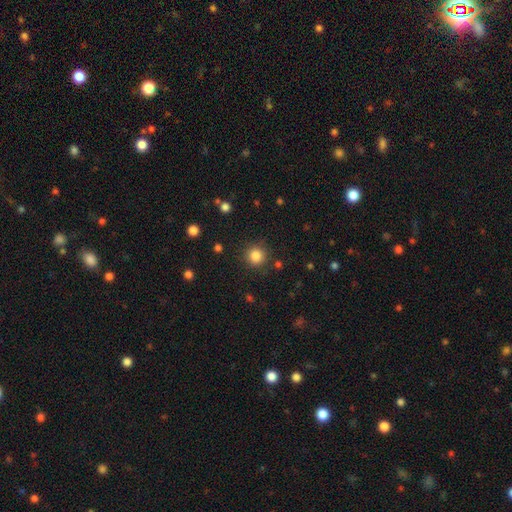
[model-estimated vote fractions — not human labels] Smooth or featured? Predicted: smooth (p=0.84). How rounded? Predicted: round (p=0.93). Merging? Predicted: none (p=0.88).